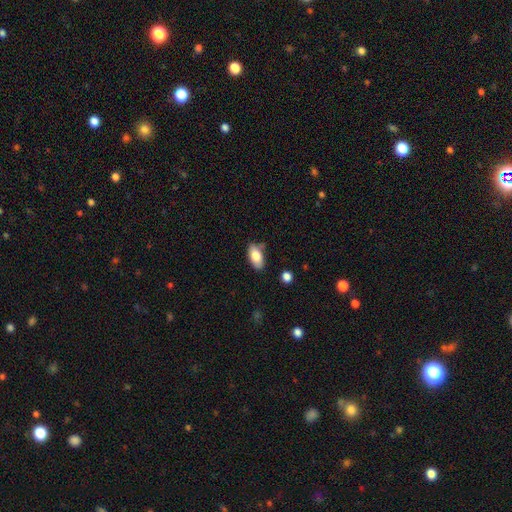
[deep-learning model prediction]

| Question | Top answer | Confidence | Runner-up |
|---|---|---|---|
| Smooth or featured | smooth | 79% | featured or disk (14%) |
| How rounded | in between | 91% | cigar-shaped (5%) |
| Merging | none | 76% | minor disturbance (17%) |